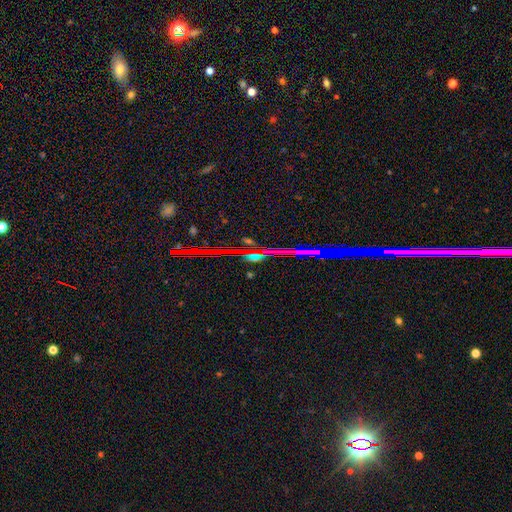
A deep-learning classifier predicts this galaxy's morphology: Smooth or featured: star or artifact — 65% (smooth — 20%)